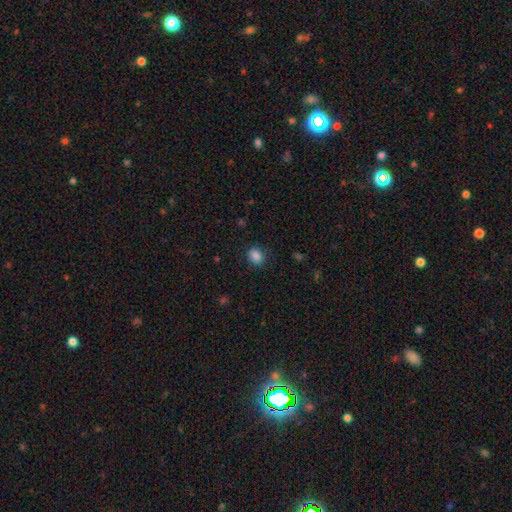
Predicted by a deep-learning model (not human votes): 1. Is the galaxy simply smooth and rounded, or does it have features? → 86% smooth, 10% star or artifact, 4% featured or disk.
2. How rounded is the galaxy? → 54% round, 45% in between, 1% cigar-shaped.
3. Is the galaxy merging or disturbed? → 83% none, 13% minor disturbance, 4% major disturbance, 1% merger.